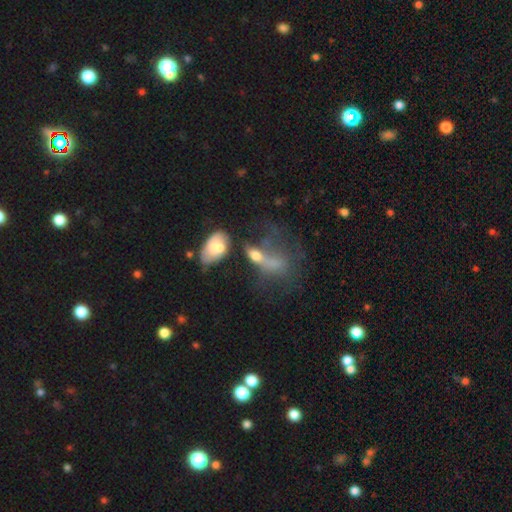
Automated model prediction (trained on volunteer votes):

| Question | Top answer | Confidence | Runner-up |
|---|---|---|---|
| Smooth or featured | smooth | 53% | featured or disk (34%) |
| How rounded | in between | 70% | round (16%) |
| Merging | major disturbance | 35% | merger (30%) |